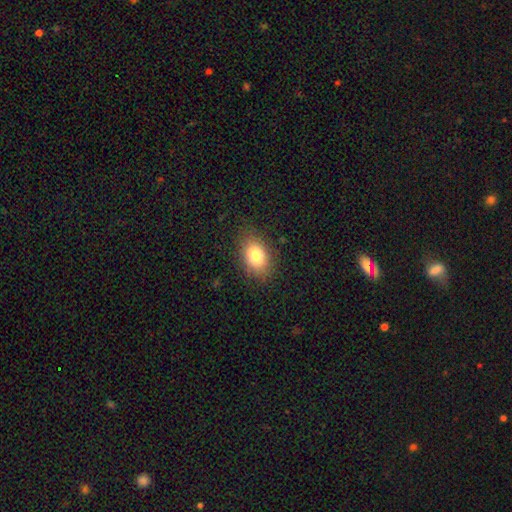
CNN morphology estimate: smooth_or_featured: smooth (p=0.80) [alt: featured or disk p=0.11]
how_rounded: in between (p=0.79) [alt: round p=0.20]
merging: none (p=0.83) [alt: minor disturbance p=0.12]